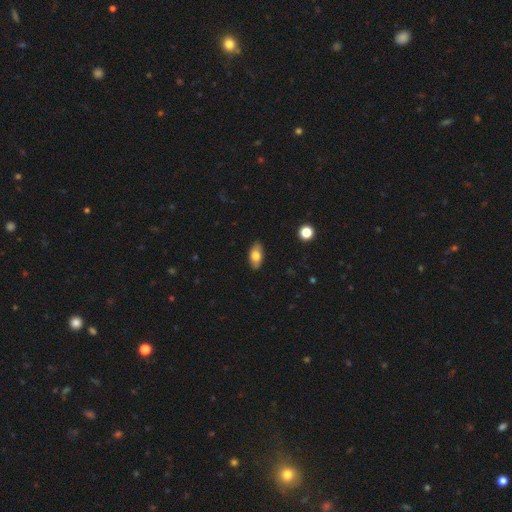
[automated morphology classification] Overall: smooth (74%). How rounded: in between (91%). Merging: none (87%).